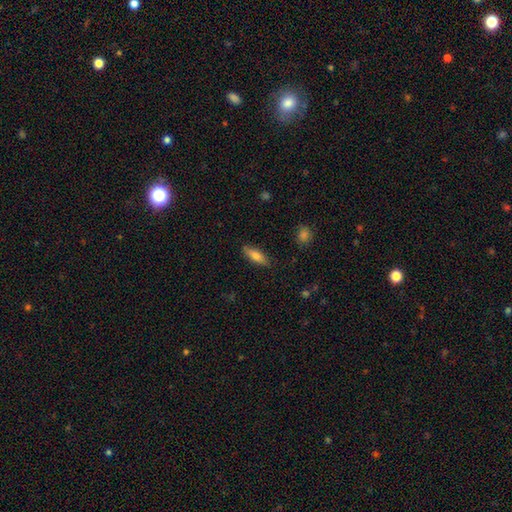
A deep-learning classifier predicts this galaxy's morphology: smooth_or_featured: smooth (p=0.73) [alt: featured or disk p=0.21]
how_rounded: in between (p=0.59) [alt: cigar-shaped p=0.39]
merging: none (p=0.84) [alt: minor disturbance p=0.12]